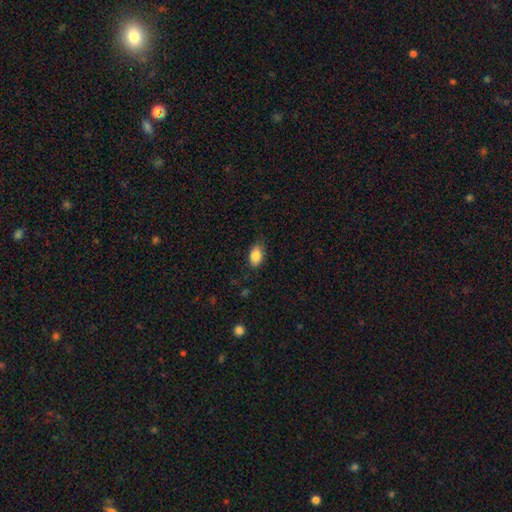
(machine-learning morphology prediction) This is clearly a smooth galaxy (86%). How rounded: clearly in between (88%). Merging: likely none (74%).